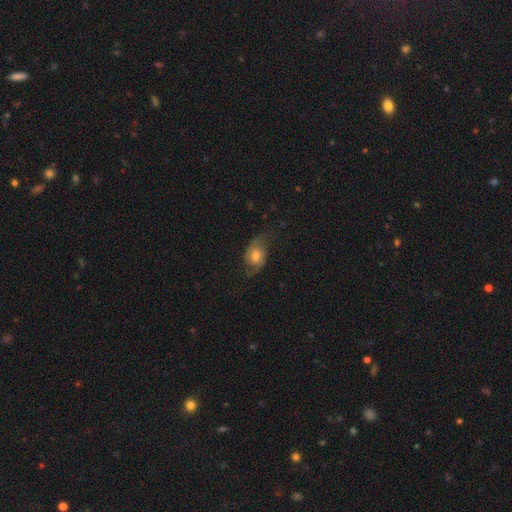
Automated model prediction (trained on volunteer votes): Overall: featured or disk (64%; smooth 29%). Edge-on disk: no (95%). Bar: no (66%; weak 29%). Spiral arms: yes (87%). Spiral arm count: 2 (86%). Spiral winding: loose (55%; medium 33%). Bulge size: moderate (64%). Merging: none (60%; minor disturbance 23%).